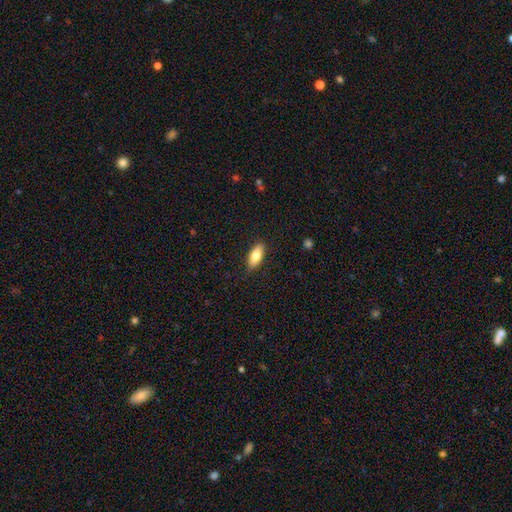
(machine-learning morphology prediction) Smooth or featured? smooth (77%)
How rounded? in between (78%)
Merging? none (86%)